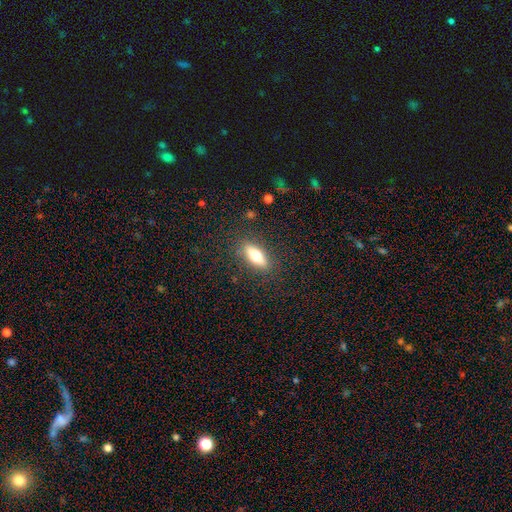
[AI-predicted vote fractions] A smooth galaxy with no disk features (67%) that is in between round and cigar-shaped (64%). Merging: none (86%).